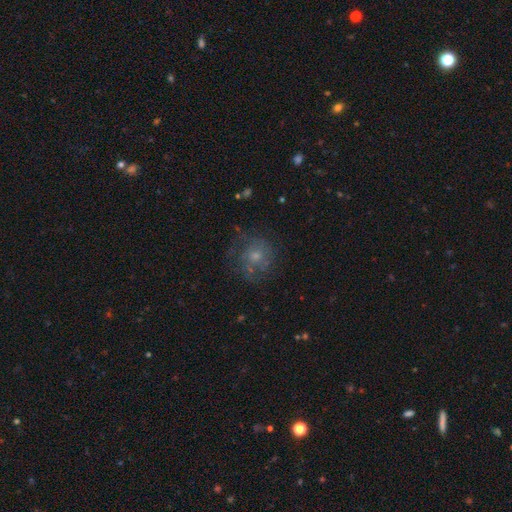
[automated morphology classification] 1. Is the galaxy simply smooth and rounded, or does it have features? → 41% featured or disk, 39% smooth, 19% star or artifact.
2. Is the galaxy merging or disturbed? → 69% none, 17% minor disturbance, 12% major disturbance, 2% merger.